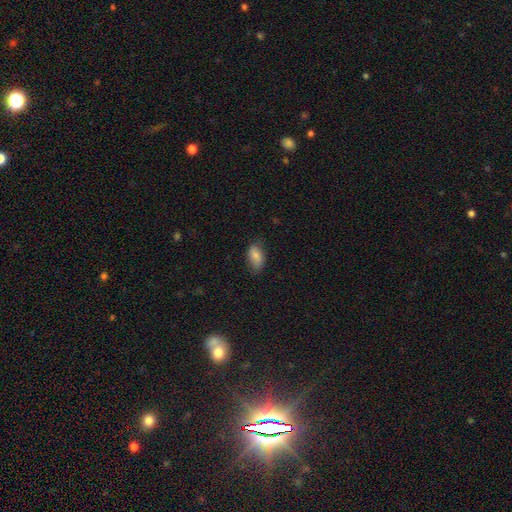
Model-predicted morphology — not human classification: Q: Smooth or featured?
A: smooth (83%); runner-up: featured or disk (9%)
Q: How rounded?
A: in between (92%); runner-up: round (5%)
Q: Merging?
A: none (71%); runner-up: minor disturbance (23%)